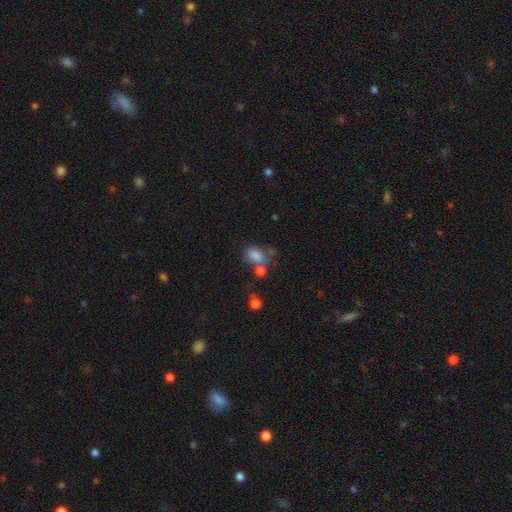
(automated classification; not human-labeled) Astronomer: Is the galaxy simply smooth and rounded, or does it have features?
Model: smooth — 75%.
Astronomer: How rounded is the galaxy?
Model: in between — 74%.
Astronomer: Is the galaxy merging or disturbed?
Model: none — 49%.